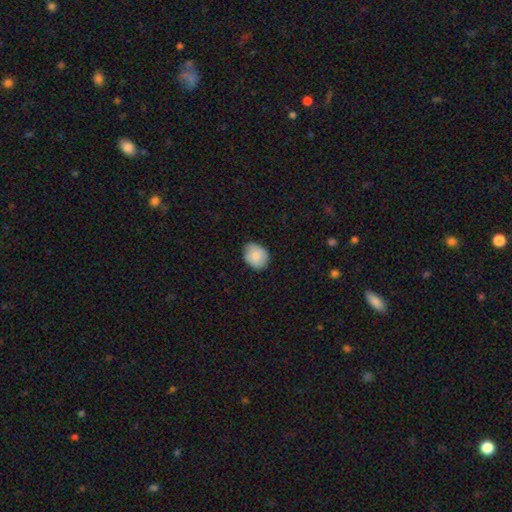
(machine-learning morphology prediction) Overall: smooth (82%). How rounded: in between (50%, tied with round). Merging: none (71%).